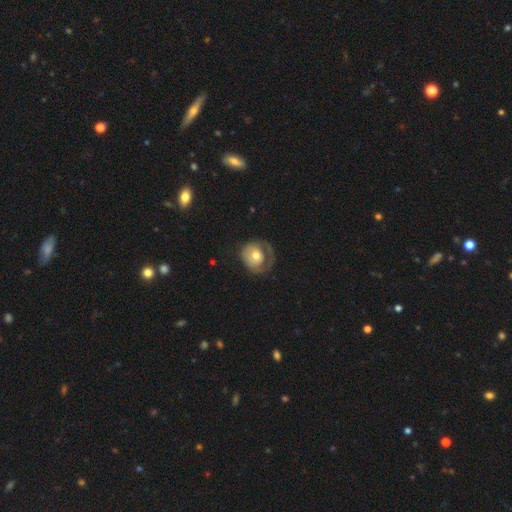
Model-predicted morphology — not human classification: Smooth or featured: smooth — 54% (featured or disk — 40%)
How rounded: round — 76% (in between — 23%)
Merging: none — 41% (major disturbance — 33%)